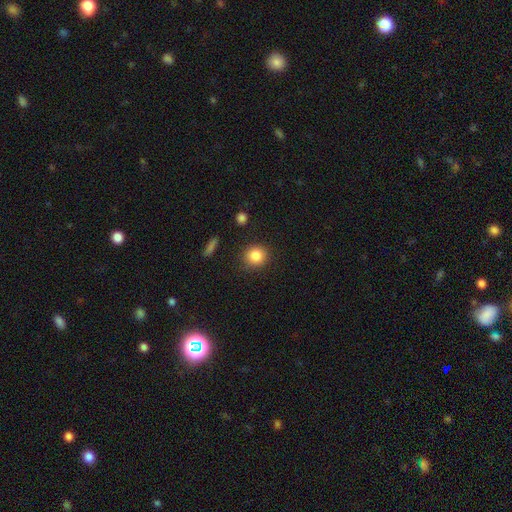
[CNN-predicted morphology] type=smooth (85%); roundness=round (88%); merging=none (89%).